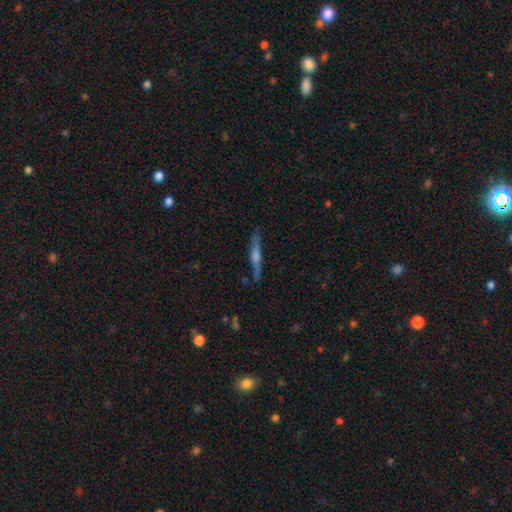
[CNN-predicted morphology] A featured or disk galaxy (71%) viewed edge-on (96%) with a rounded central bulge (71%).

Vote fractions:
- Smooth or featured? featured or disk: 71% / smooth: 22% / star or artifact: 7%
- Edge-on disk? yes: 96% / no: 4%
- Edge-on bulge? rounded: 71% / boxy: 18% / none: 10%
- Merging? none: 84% / minor disturbance: 11% / major disturbance: 3% / merger: 2%